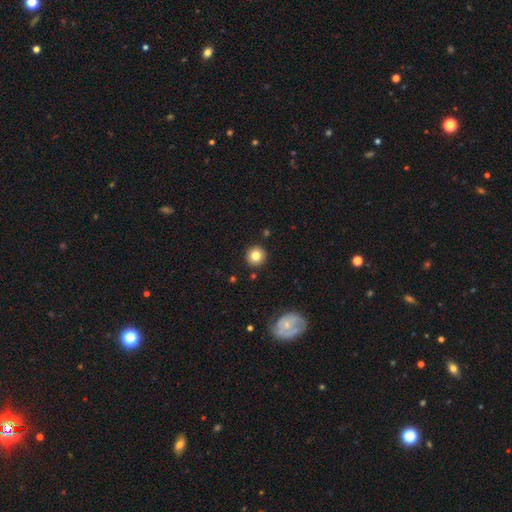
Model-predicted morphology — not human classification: Overall: smooth (81%). How rounded: round (95%). Merging: none (92%).